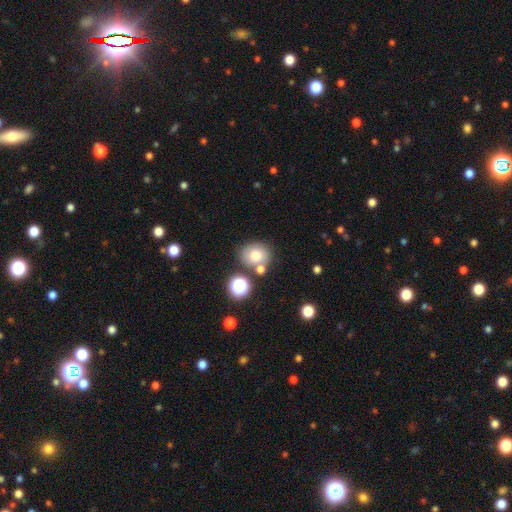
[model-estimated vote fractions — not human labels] The model was most divided on "how rounded": round: 62%, in between: 37%, cigar-shaped: 1%. More confident: smooth or featured — smooth (73%); merging — none (62%).